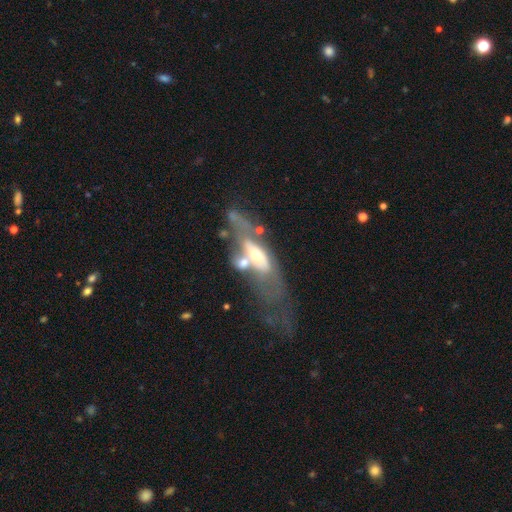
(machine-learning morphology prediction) Overall: featured or disk (65%; smooth 27%). Edge-on disk: no (73%). Merging: merger (33%; major disturbance 27%).